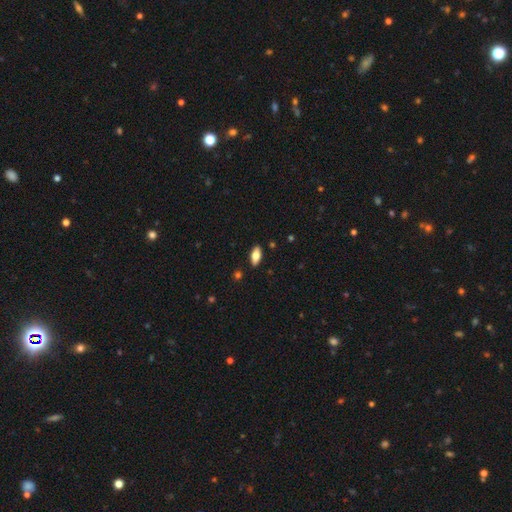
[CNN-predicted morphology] Smooth or featured? Predicted: smooth (p=0.68). How rounded? Predicted: in between (p=0.81). Merging? Predicted: none (p=0.88).